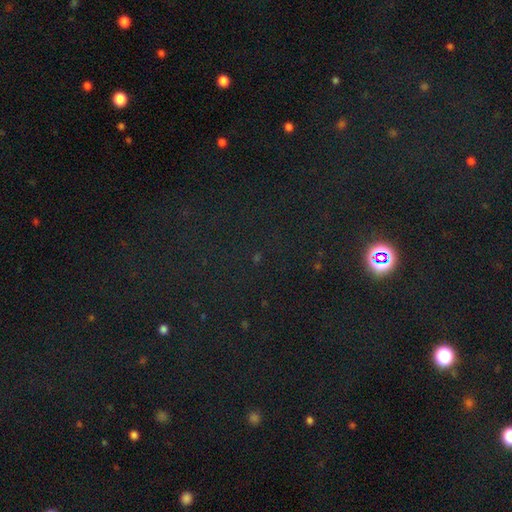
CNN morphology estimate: Overall: star or artifact (75%).